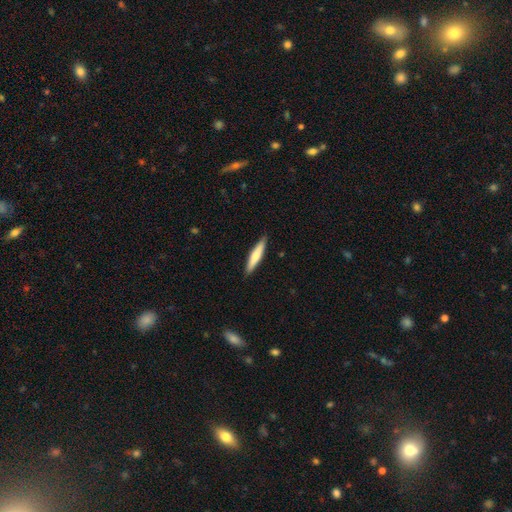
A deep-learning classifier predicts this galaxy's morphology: Smooth or featured? smooth (68%)
How rounded? cigar-shaped (89%)
Merging? none (90%)